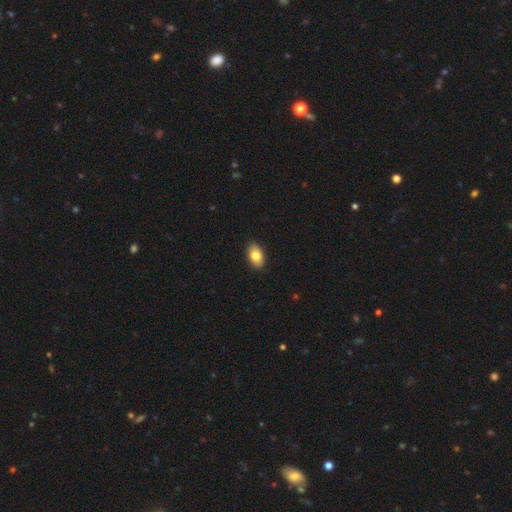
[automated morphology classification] The model was most divided on "smooth or featured": smooth: 81%, featured or disk: 12%, star or artifact: 7%. More confident: how rounded — in between (91%); merging — none (90%).